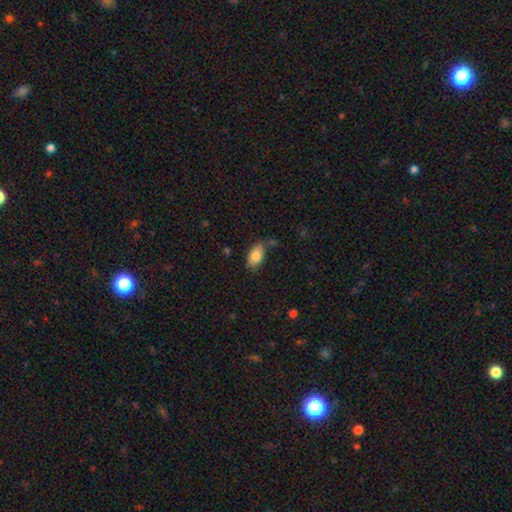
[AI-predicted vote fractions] Morphology: type=smooth (83%); roundness=in between (93%); merging=none (68%).